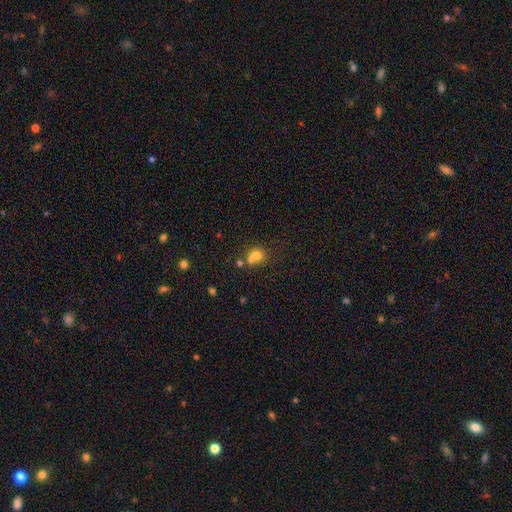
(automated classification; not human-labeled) Q: Smooth or featured?
A: smooth (71%); runner-up: featured or disk (15%)
Q: How rounded?
A: round (77%); runner-up: in between (22%)
Q: Merging?
A: merger (51%); runner-up: none (37%)